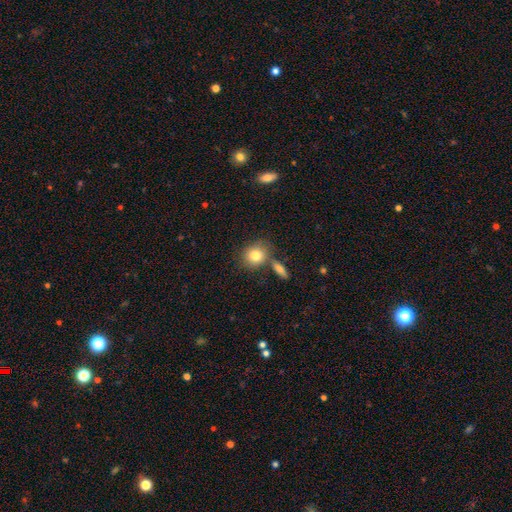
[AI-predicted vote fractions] The model was most divided on "how rounded": round: 70%, in between: 29%, cigar-shaped: 1%. More confident: smooth or featured — smooth (79%); merging — none (63%).